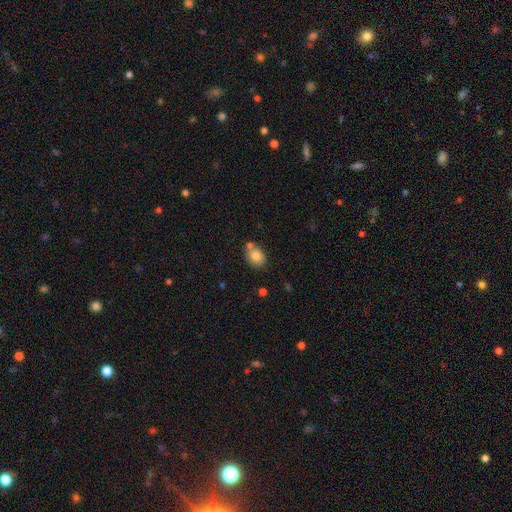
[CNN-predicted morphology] This appears to be a smooth galaxy with no disk features (81%) that is in between round and cigar-shaped (50%). Merging: none (63%).